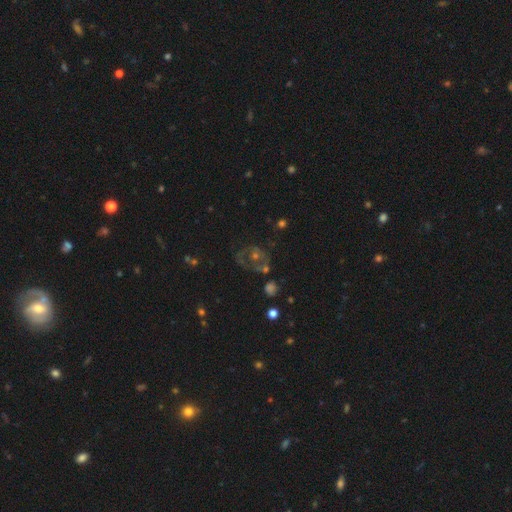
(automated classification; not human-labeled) A featured or disk galaxy (53%) with no bar (83%), no spiral arms (54%) and a moderate central bulge (52%). Merging: none (52%).